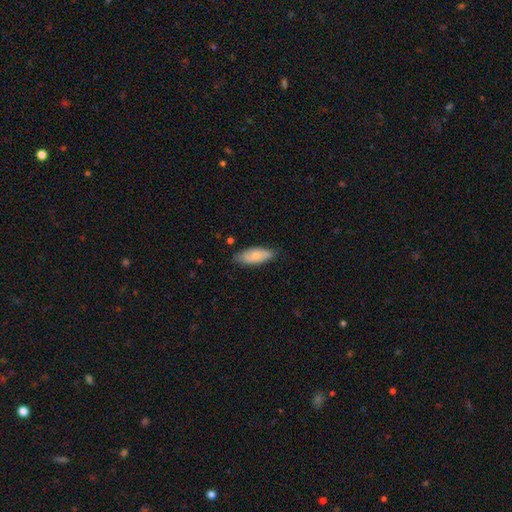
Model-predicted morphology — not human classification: smooth-or-featured: smooth: 72% | featured or disk: 22% | star or artifact: 6%
  how-rounded: in between: 79% | cigar-shaped: 19% | round: 2%
  merging: none: 76% | minor disturbance: 20% | major disturbance: 3% | merger: 2%